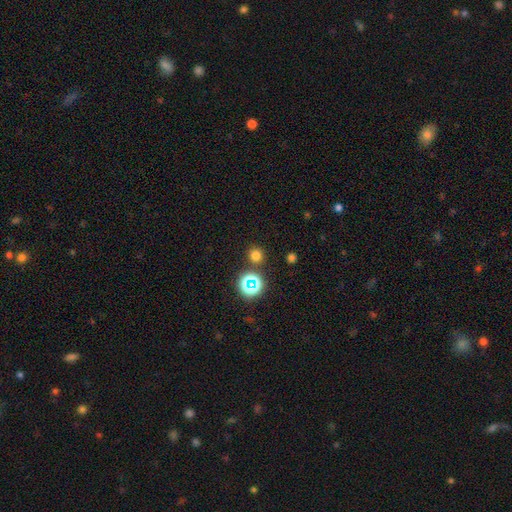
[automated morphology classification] This appears to be a smooth galaxy with no disk features (71%) that is round (93%). Merging: none (87%).